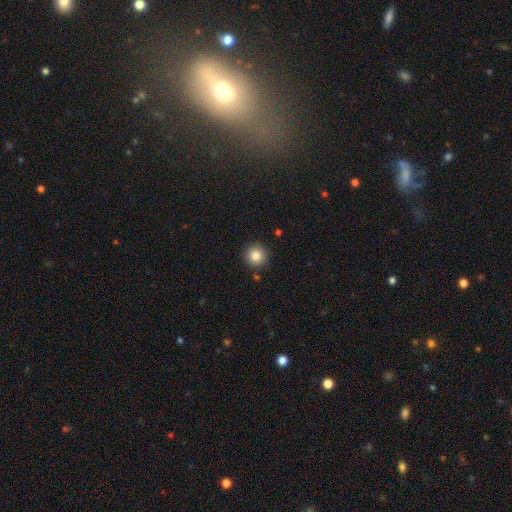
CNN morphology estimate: Smooth or featured? smooth (83%)
How rounded? round (95%)
Merging? none (90%)